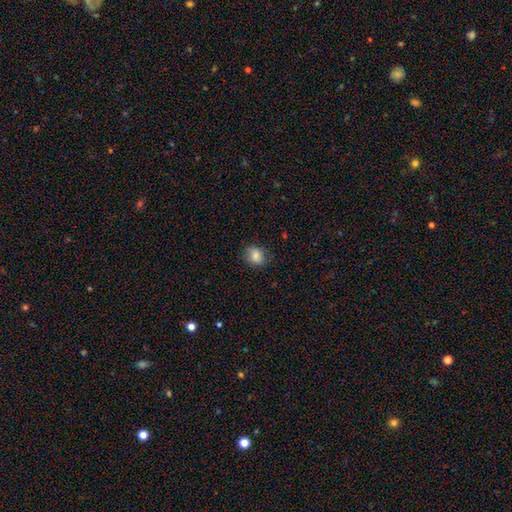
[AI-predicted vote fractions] A smooth galaxy with no disk features (82%) that is round (56%).

Vote fractions:
- Smooth or featured? smooth: 82% / star or artifact: 9% / featured or disk: 9%
- How rounded? round: 56% / in between: 43% / cigar-shaped: 1%
- Merging? none: 81% / minor disturbance: 15% / major disturbance: 3% / merger: 1%